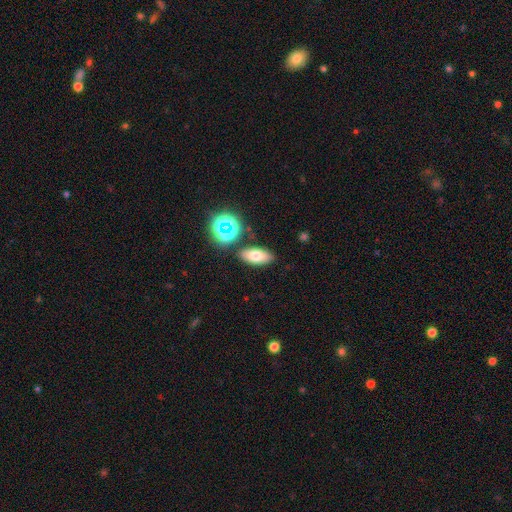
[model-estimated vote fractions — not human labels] Smooth or featured: smooth — 70% (featured or disk — 15%)
How rounded: in between — 83% (round — 9%)
Merging: none — 82% (minor disturbance — 10%)